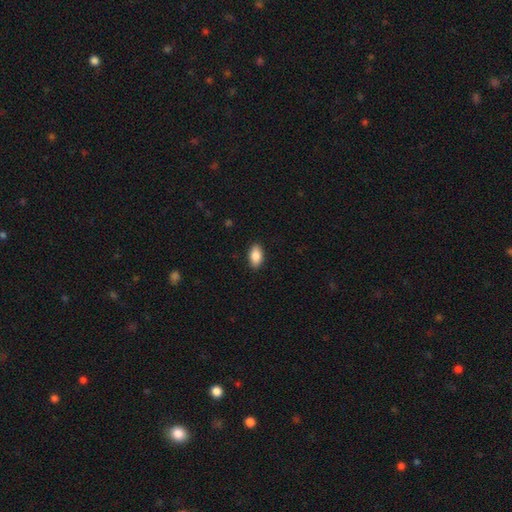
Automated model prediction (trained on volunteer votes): This is clearly a smooth galaxy (87%). How rounded: clearly in between (93%). Merging: clearly none (90%).